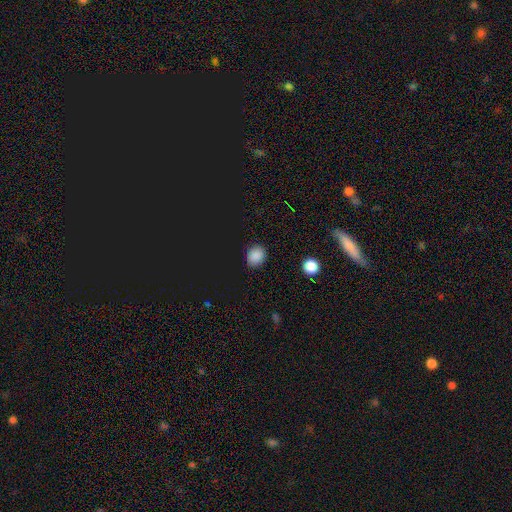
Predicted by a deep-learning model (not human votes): This appears to be a smooth galaxy with no disk features (84%) that is round (52%). Merging: none (87%).